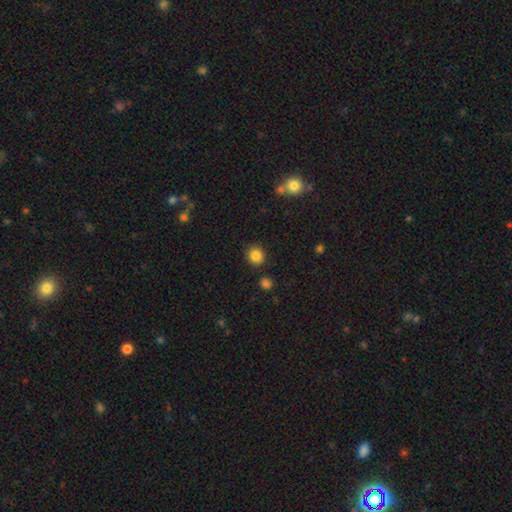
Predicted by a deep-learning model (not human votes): Overall: smooth (86%). How rounded: round (84%). Merging: none (87%).